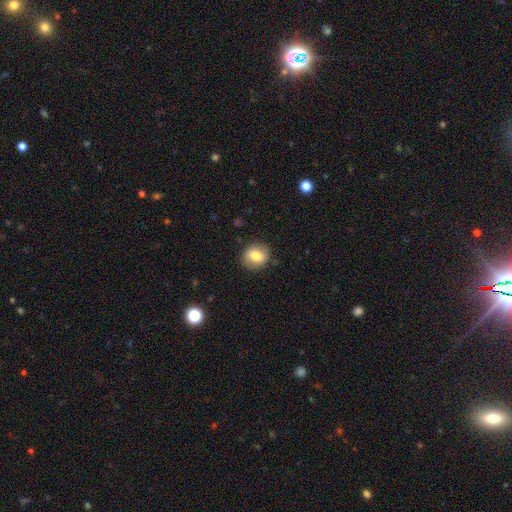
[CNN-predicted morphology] Smooth or featured? smooth (77%)
How rounded? round (69%)
Merging? none (84%)